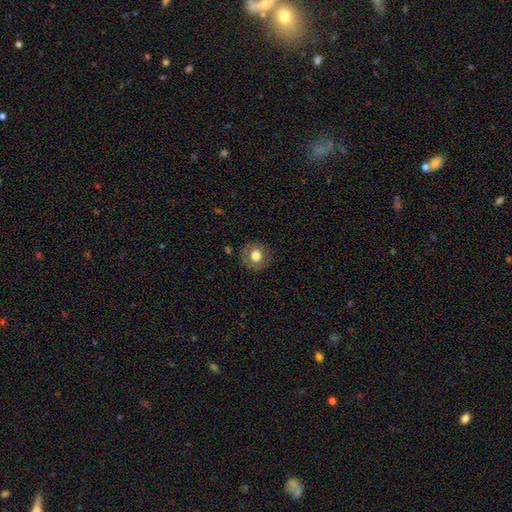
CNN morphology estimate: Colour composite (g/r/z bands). It shows a smooth galaxy with no disk features (74%) that is round (91%). Merging: none (86%).